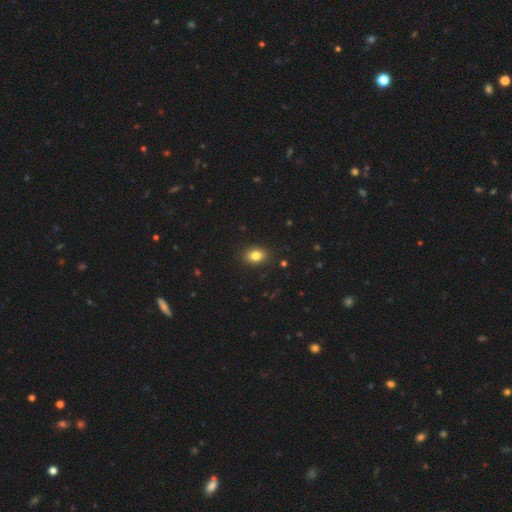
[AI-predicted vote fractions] Overall: smooth (83%). How rounded: in between (66%; round 33%). Merging: none (89%).